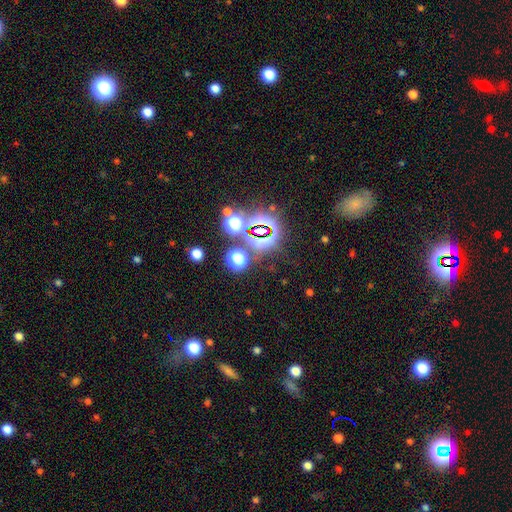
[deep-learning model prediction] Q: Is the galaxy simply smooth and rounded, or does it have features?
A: star or artifact — 76%.